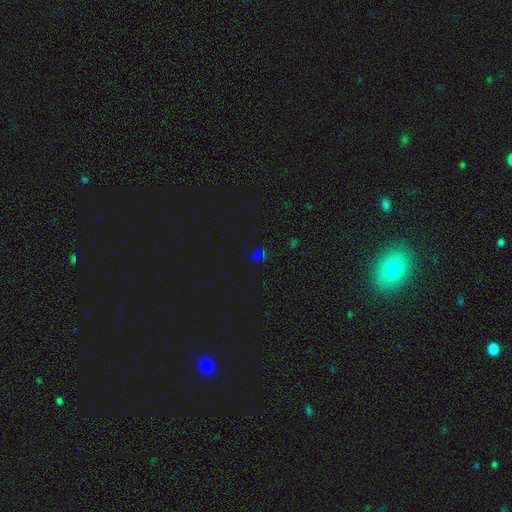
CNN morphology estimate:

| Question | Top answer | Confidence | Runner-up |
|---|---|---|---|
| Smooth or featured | star or artifact | 52% | smooth (41%) |